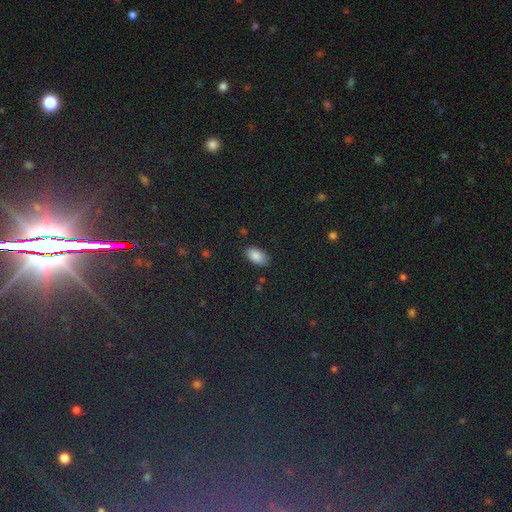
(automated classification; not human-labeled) Morphology: type=smooth (86%); roundness=in between (94%); merging=none (84%).